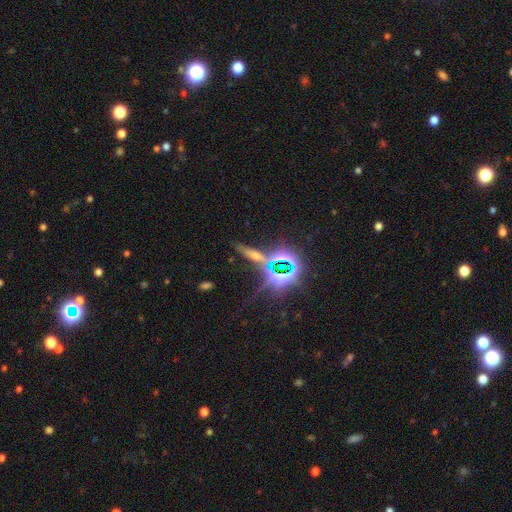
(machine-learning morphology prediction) type=star or artifact (49%).